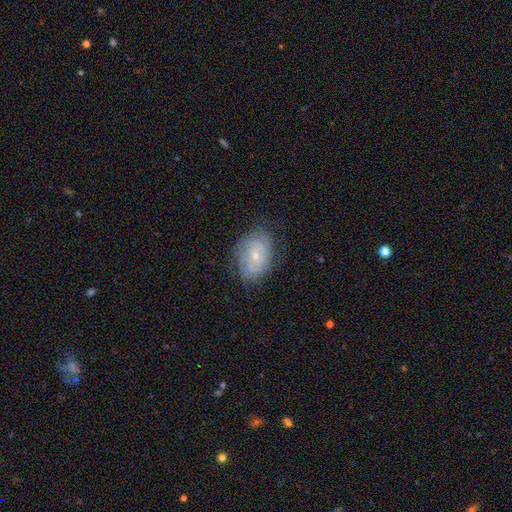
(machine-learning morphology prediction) smooth_or_featured: featured or disk (p=0.66) [alt: smooth p=0.26]
disk_edge_on: no (p=0.96) [alt: yes p=0.04]
bar: no (p=0.70) [alt: weak p=0.25]
has_spiral_arms: yes (p=0.81) [alt: no p=0.19]
spiral_winding: tight (p=0.64) [alt: medium p=0.27]
spiral_arm_count: can't tell (p=0.52) [alt: 2 p=0.21]
bulge_size: small (p=0.67) [alt: moderate p=0.29]
merging: none (p=0.71) [alt: minor disturbance p=0.20]